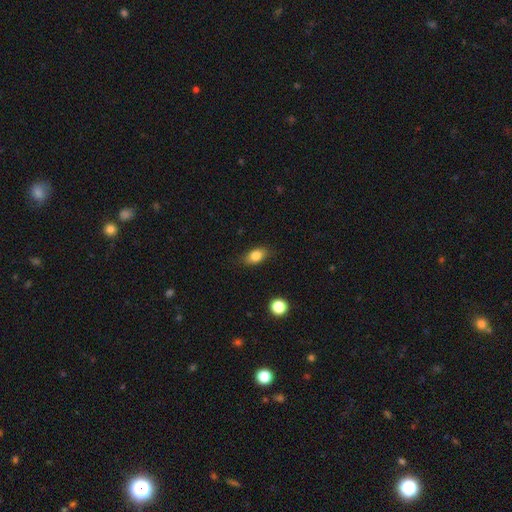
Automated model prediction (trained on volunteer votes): Morphology: type=smooth (82%); roundness=in between (83%); merging=none (82%).